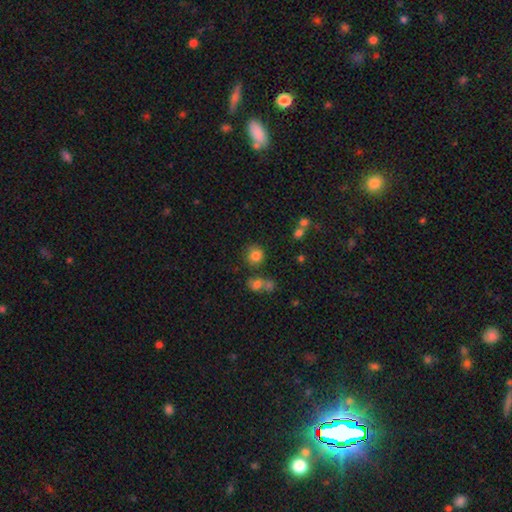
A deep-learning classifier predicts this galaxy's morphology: This is clearly a smooth galaxy (81%). How rounded: clearly round (87%). Merging: likely none (74%).